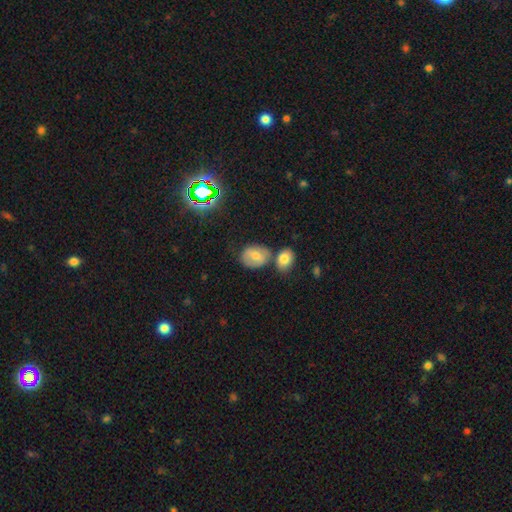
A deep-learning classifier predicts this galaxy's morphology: A smooth galaxy with no disk features (57%) that is round (50%). Merging: none (60%).